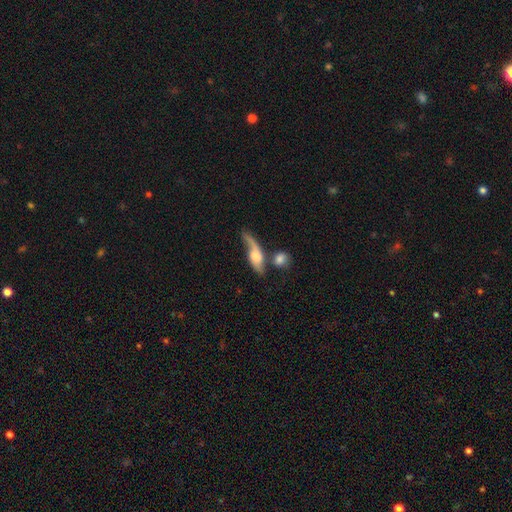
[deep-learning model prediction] smooth-or-featured: featured or disk: 58% | smooth: 35% | star or artifact: 7%
  disk-edge-on: no: 68% | yes: 32%
  merging: none: 36% | merger: 25% | minor disturbance: 21% | major disturbance: 18%